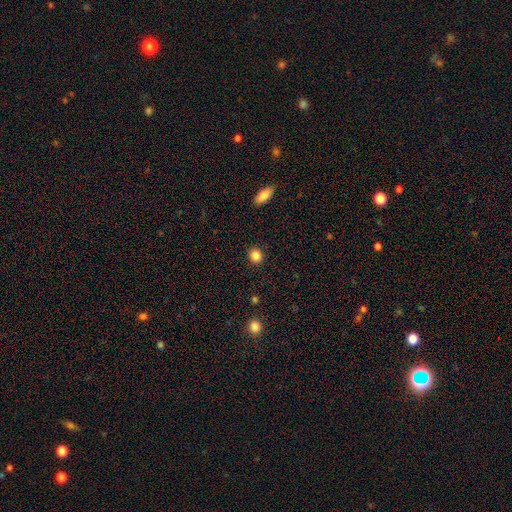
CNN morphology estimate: Smooth or featured? smooth (86%)
How rounded? round (81%)
Merging? none (91%)